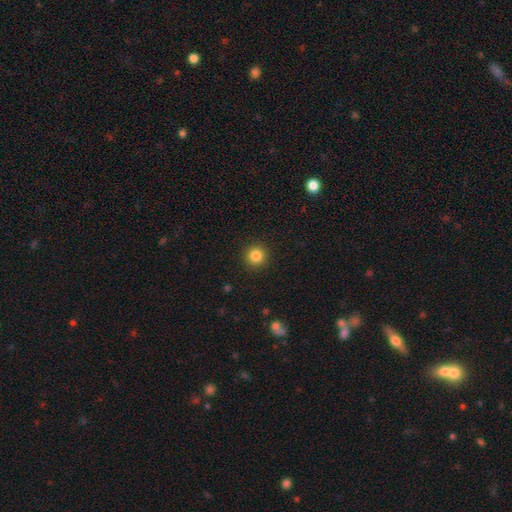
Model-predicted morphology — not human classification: This is clearly a smooth galaxy (83%). How rounded: clearly round (95%). Merging: clearly none (92%).